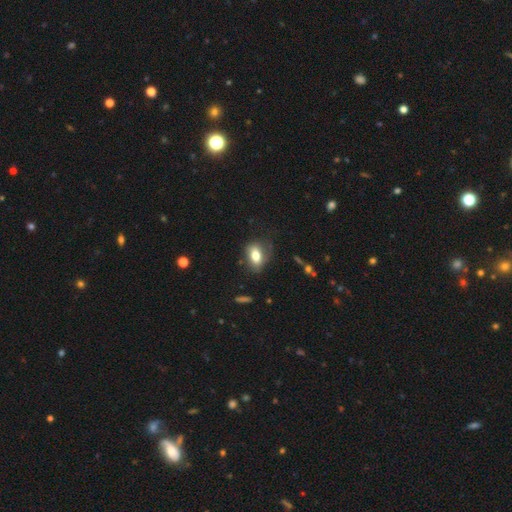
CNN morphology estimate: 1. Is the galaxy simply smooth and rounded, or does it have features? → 75% smooth, 17% featured or disk, 8% star or artifact.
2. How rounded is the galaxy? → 81% in between, 16% round, 3% cigar-shaped.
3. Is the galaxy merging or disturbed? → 58% none, 27% minor disturbance, 13% major disturbance, 2% merger.